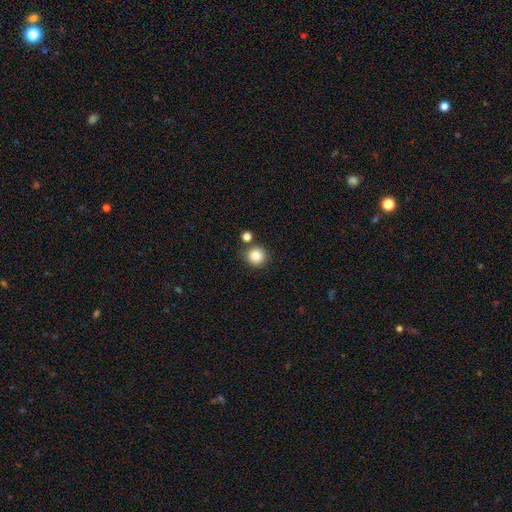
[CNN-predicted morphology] smooth_or_featured: smooth (p=0.85) [alt: star or artifact p=0.10]
how_rounded: round (p=0.92) [alt: in between p=0.07]
merging: none (p=0.80) [alt: minor disturbance p=0.09]